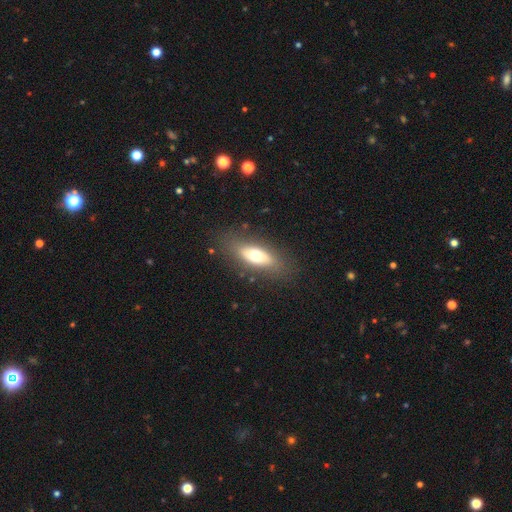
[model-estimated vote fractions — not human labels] The model was most divided on "smooth or featured": smooth: 61%, featured or disk: 32%, star or artifact: 7%. More confident: merging — none (80%); how rounded — in between (71%).